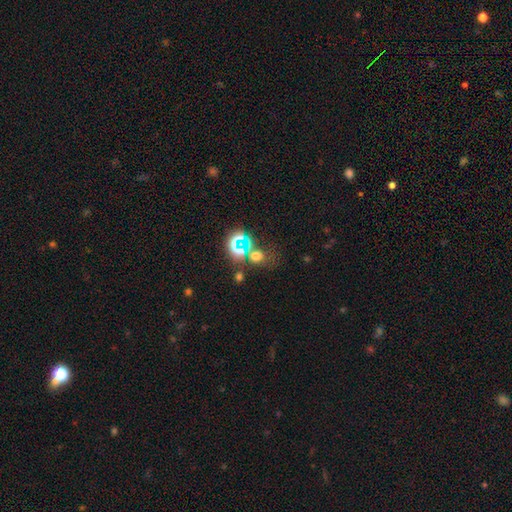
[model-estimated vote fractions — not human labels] Smooth or featured: smooth — 52% (star or artifact — 38%)
How rounded: round — 66% (in between — 33%)
Merging: none — 60% (merger — 20%)